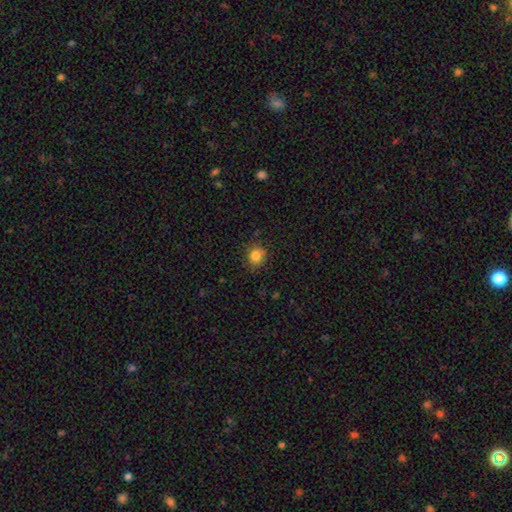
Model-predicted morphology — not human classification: The model was most divided on "how rounded": round: 81%, in between: 19%, cigar-shaped: 1%. More confident: merging — none (85%); smooth or featured — smooth (84%).